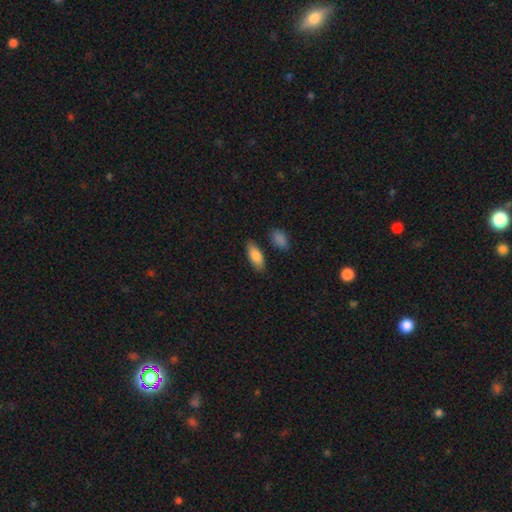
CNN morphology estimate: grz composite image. It shows a smooth galaxy with no disk features (85%) that is in between round and cigar-shaped (80%). Merging: none (82%).